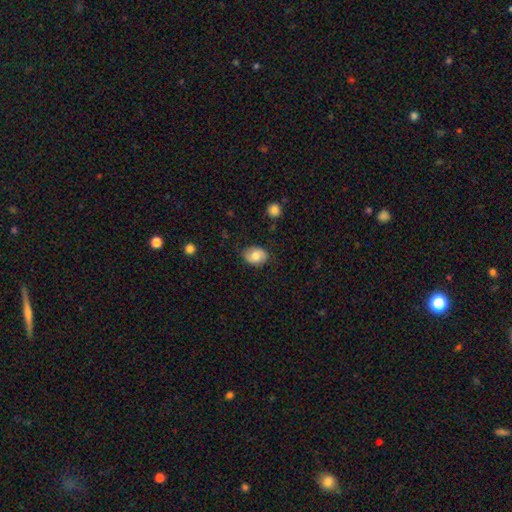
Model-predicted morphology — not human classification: type=smooth (74%); roundness=in between (64%); merging=none (79%).